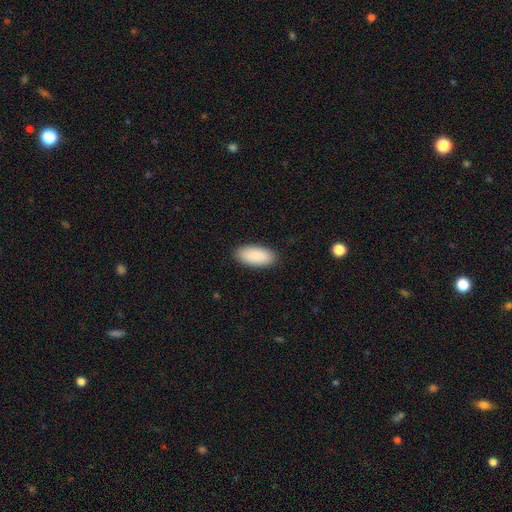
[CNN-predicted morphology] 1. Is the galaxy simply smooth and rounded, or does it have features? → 91% smooth, 5% star or artifact, 3% featured or disk.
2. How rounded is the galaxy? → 92% in between, 6% cigar-shaped, 2% round.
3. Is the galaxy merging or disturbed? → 90% none, 8% minor disturbance, 2% major disturbance, 1% merger.